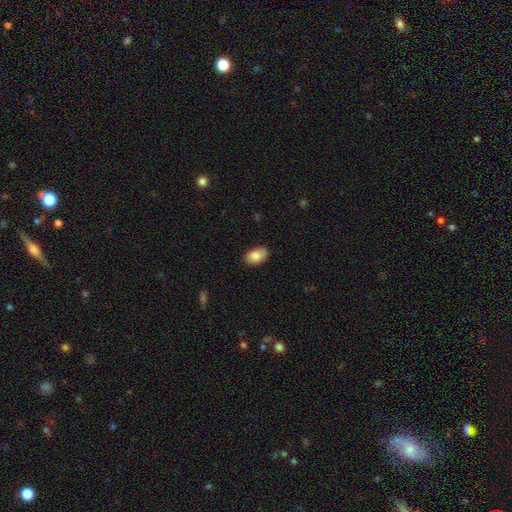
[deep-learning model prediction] smooth 87%, star or artifact 7%, featured or disk 6%. Down the decision tree: how rounded — in between (91%); merging — none (82%).